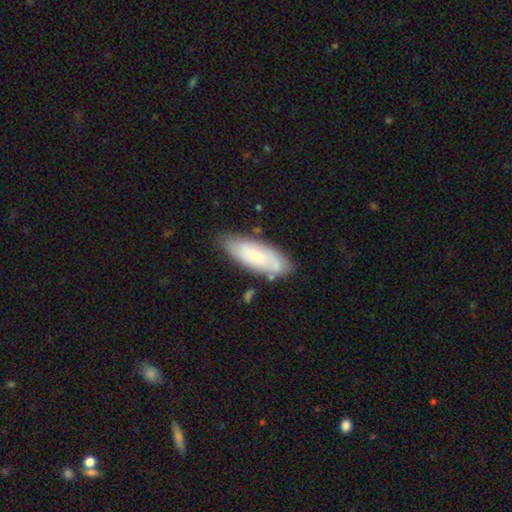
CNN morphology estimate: smooth-or-featured: smooth: 61% | featured or disk: 33% | star or artifact: 7%
  how-rounded: in between: 69% | cigar-shaped: 29% | round: 2%
  merging: none: 71% | minor disturbance: 19% | merger: 6% | major disturbance: 4%